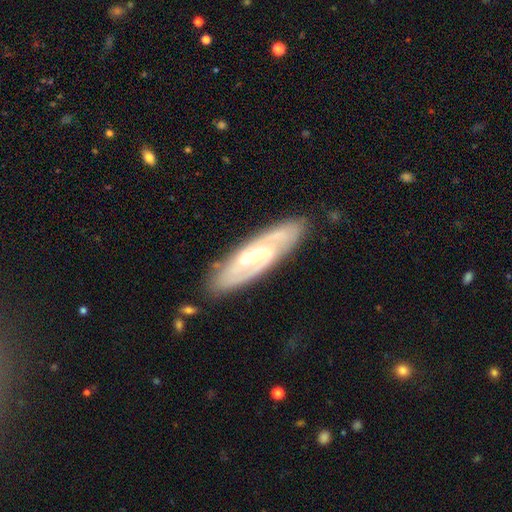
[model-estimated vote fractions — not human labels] smooth-or-featured: featured or disk: 80% | smooth: 15% | star or artifact: 5%
  disk-edge-on: no: 84% | yes: 16%
    bar: weak: 41% | strong: 40% | no: 19%
    has-spiral-arms: yes: 89% | no: 11%
      spiral-winding: tight: 45% | medium: 42% | loose: 13%
      spiral-arm-count: 2: 72% | can't tell: 18% | 3: 5% | 1: 2% | 4: 2% | more than 4: 2%
    bulge-size: small: 57% | moderate: 36% | large: 3% | none: 3% | dominant: 1%
  merging: none: 83% | minor disturbance: 12% | major disturbance: 3% | merger: 2%